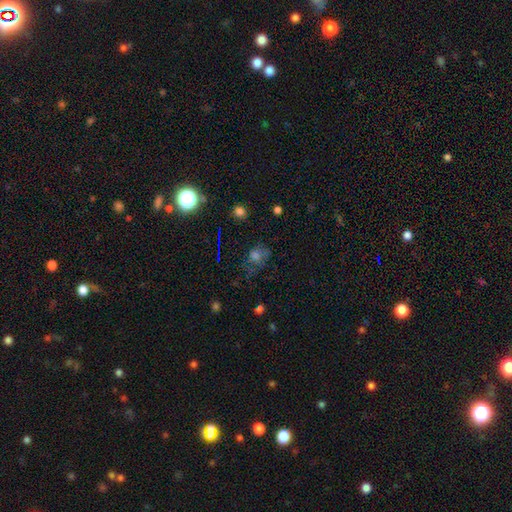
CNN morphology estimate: This is marginally a smooth galaxy (44%). Merging: possibly none (59%).